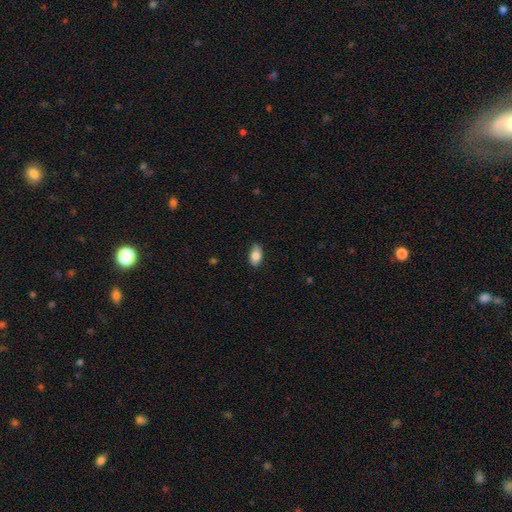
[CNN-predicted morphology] Overall: smooth (80%). How rounded: in between (91%). Merging: none (76%).